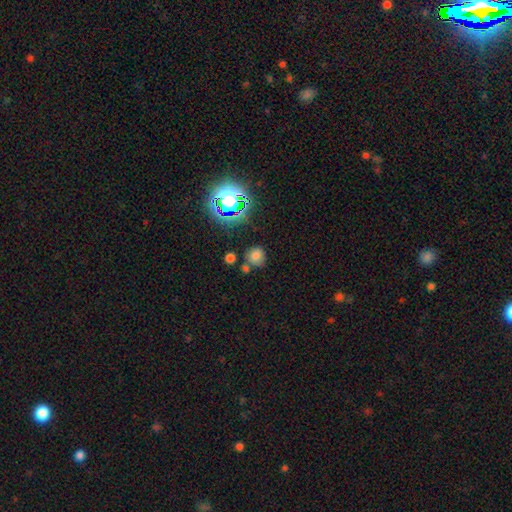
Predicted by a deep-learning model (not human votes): Smooth or featured: smooth — 69% (star or artifact — 22%)
How rounded: round — 86% (in between — 13%)
Merging: none — 70% (merger — 13%)